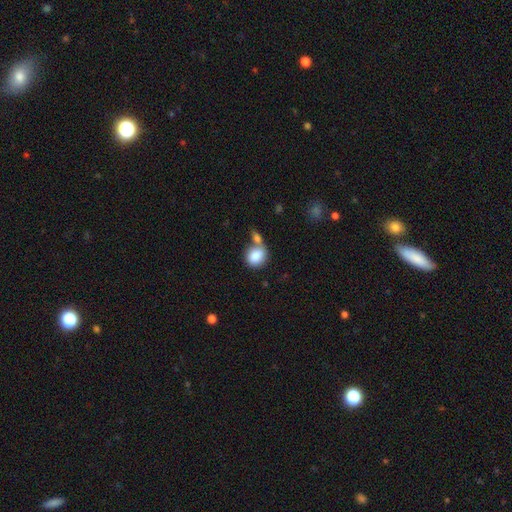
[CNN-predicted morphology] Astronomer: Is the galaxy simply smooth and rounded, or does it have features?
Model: smooth — 84%.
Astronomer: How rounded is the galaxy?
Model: round — 62% (runner-up: in between, 37%).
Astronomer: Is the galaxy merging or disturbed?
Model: merger — 42% (runner-up: none, 41%).